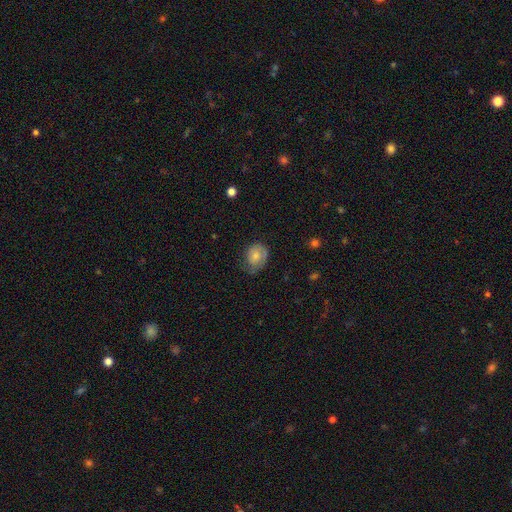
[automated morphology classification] smooth_or_featured: smooth (p=0.59) [alt: featured or disk p=0.34]
how_rounded: in between (p=0.54) [alt: round p=0.45]
merging: none (p=0.50) [alt: minor disturbance p=0.32]